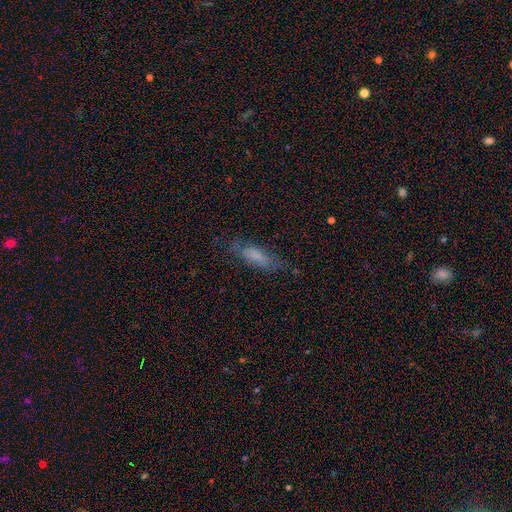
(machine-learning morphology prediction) smooth 68%, featured or disk 23%, star or artifact 9%. Down the decision tree: how rounded — cigar-shaped (52%); merging — none (69%).